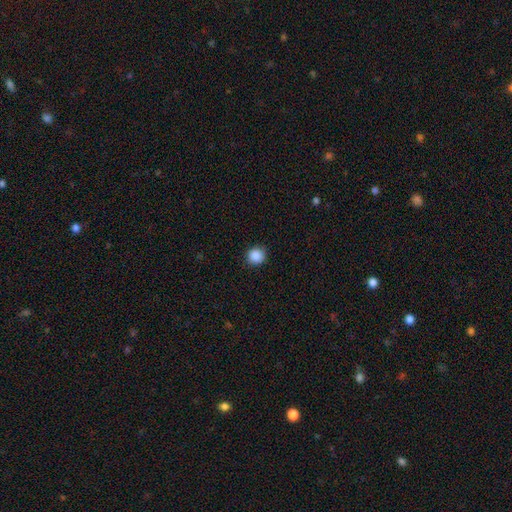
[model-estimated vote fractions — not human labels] This is clearly a smooth galaxy (88%). How rounded: clearly round (91%). Merging: clearly none (90%).